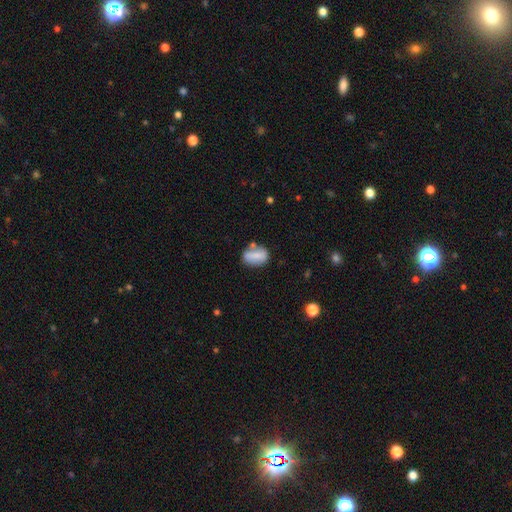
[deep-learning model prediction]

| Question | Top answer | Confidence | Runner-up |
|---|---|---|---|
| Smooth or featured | smooth | 71% | featured or disk (21%) |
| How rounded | in between | 80% | round (15%) |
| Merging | none | 62% | minor disturbance (20%) |